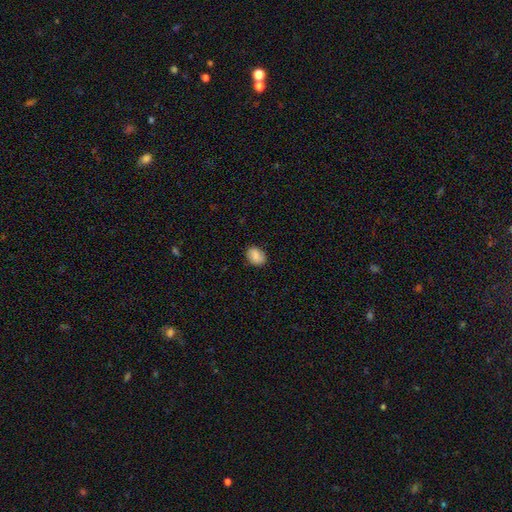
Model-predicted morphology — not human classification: The model was most divided on "how rounded": in between: 59%, round: 40%, cigar-shaped: 1%. More confident: merging — none (85%); smooth or featured — smooth (82%).